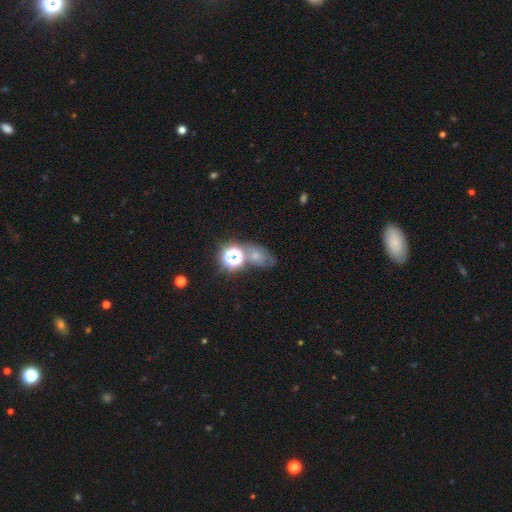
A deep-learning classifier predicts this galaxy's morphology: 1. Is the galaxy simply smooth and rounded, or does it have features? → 50% smooth, 33% star or artifact, 18% featured or disk.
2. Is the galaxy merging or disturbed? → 46% none, 22% merger, 19% minor disturbance, 13% major disturbance.